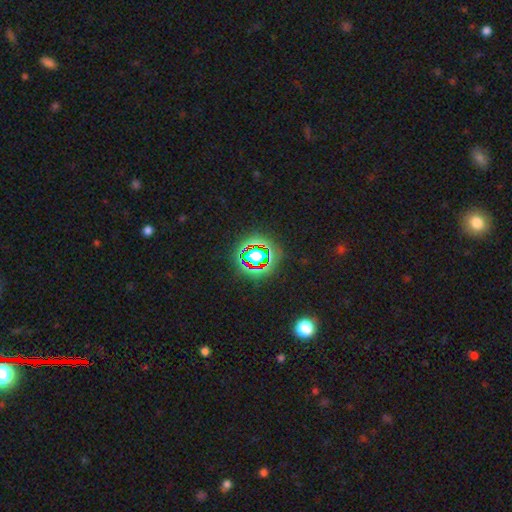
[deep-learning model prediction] smooth_or_featured: star or artifact (p=0.66) [alt: smooth p=0.22]